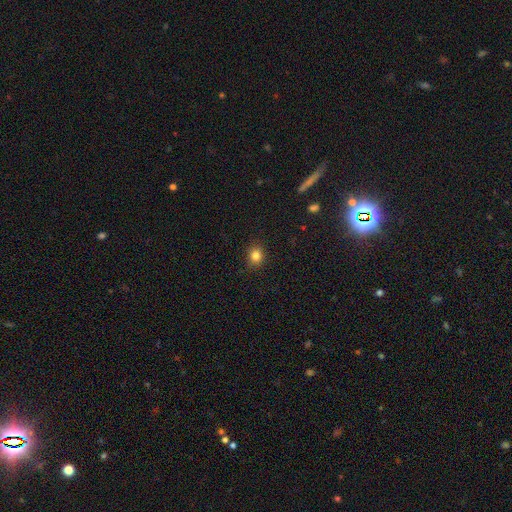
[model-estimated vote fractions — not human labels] A smooth galaxy with no disk features (83%) that is round (74%). Merging: none (89%).